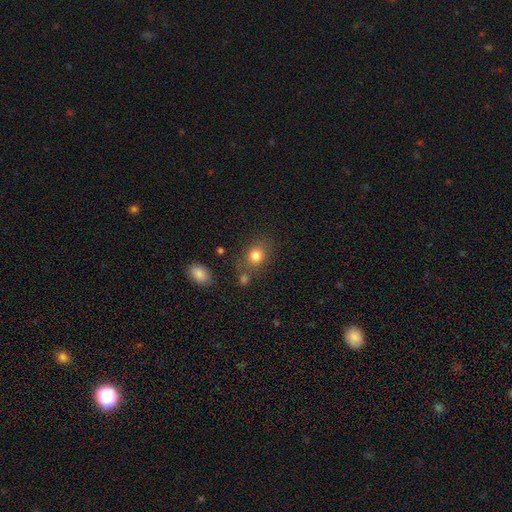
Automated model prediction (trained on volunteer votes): Q: Smooth or featured?
A: smooth (81%); runner-up: star or artifact (12%)
Q: How rounded?
A: round (58%); runner-up: in between (41%)
Q: Merging?
A: none (71%); runner-up: minor disturbance (14%)